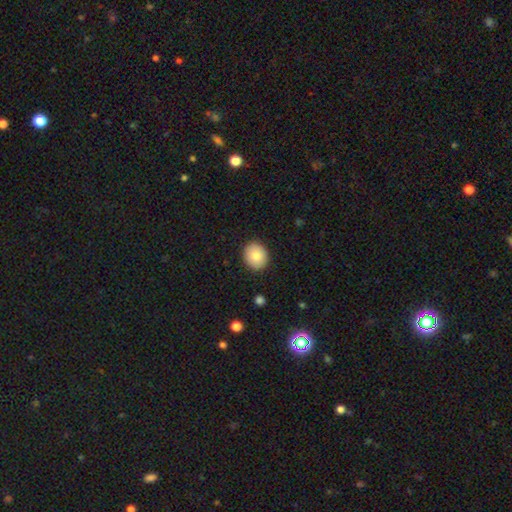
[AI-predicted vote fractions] Smooth or featured? smooth (84%)
How rounded? round (66%)
Merging? none (90%)